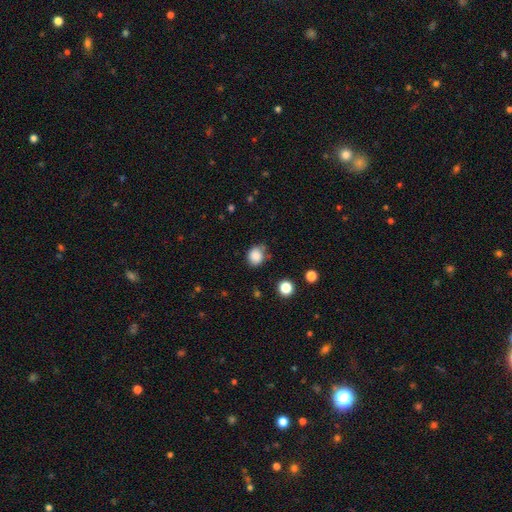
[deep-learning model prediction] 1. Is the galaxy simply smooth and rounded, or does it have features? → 86% smooth, 10% star or artifact, 4% featured or disk.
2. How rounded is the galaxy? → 73% round, 26% in between, 1% cigar-shaped.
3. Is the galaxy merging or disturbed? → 70% none, 21% minor disturbance, 5% major disturbance, 5% merger.